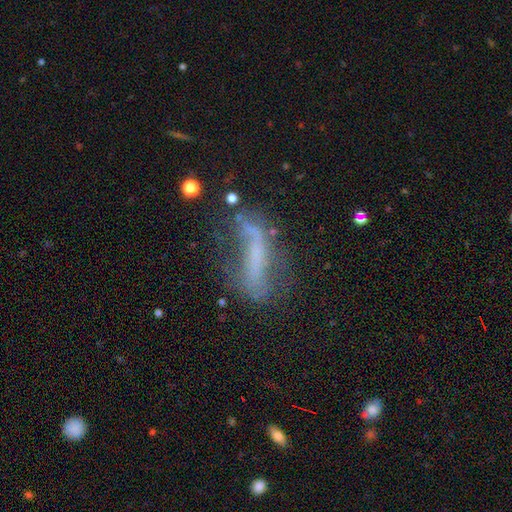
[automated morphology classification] smooth_or_featured: featured or disk (p=0.57) [alt: smooth p=0.29]
disk_edge_on: no (p=0.74) [alt: yes p=0.26]
merging: none (p=0.39) [alt: major disturbance p=0.28]